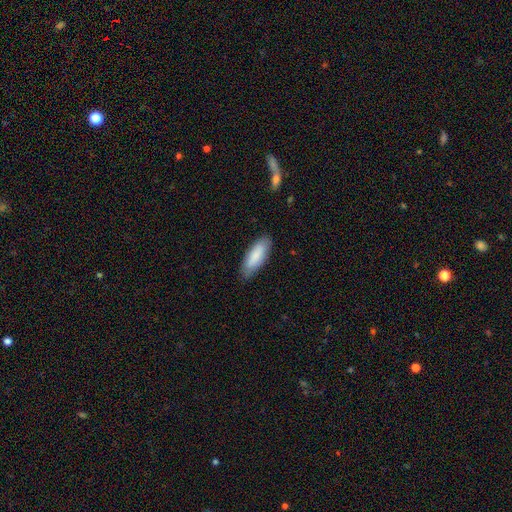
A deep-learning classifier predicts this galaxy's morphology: A smooth galaxy with no disk features (84%) that is in between round and cigar-shaped (68%).

Vote fractions:
- Smooth or featured? smooth: 84% / featured or disk: 10% / star or artifact: 5%
- How rounded? in between: 68% / cigar-shaped: 30% / round: 1%
- Merging? none: 82% / minor disturbance: 14% / major disturbance: 3% / merger: 1%